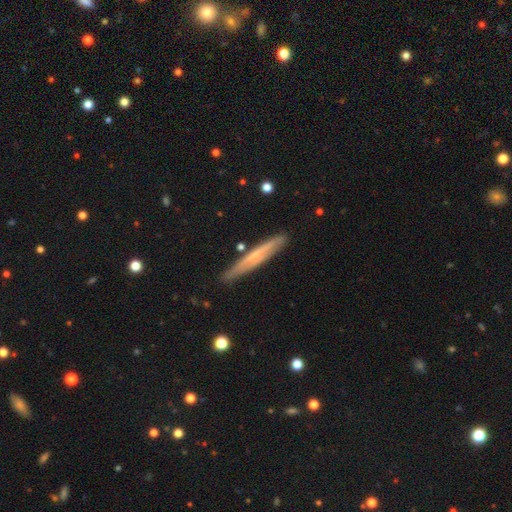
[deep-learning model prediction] This appears to be a featured or disk galaxy (47%, tied with smooth). Merging: none (84%).